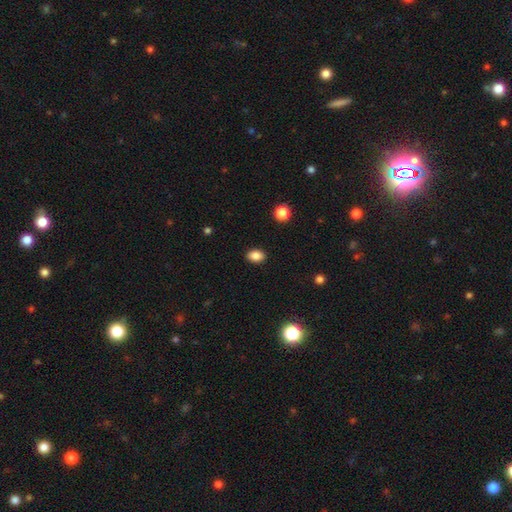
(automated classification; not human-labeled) A smooth galaxy with no disk features (86%) that is in between round and cigar-shaped (77%). Merging: none (89%).